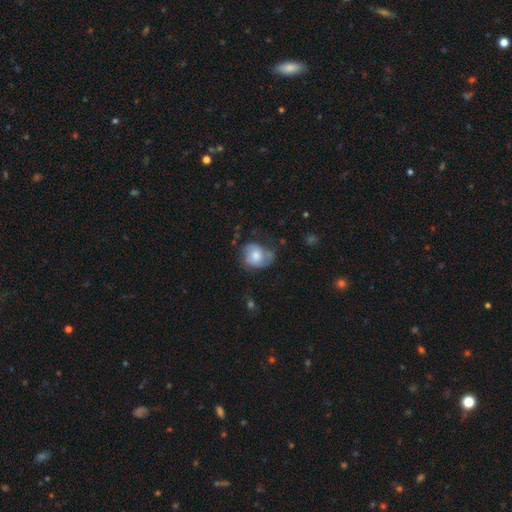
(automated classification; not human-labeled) A smooth galaxy with no disk features (57%) that is in between round and cigar-shaped (51%).

Vote fractions:
- Smooth or featured? smooth: 57% / featured or disk: 35% / star or artifact: 8%
- How rounded? in between: 51% / round: 48% / cigar-shaped: 1%
- Merging? none: 43% / minor disturbance: 33% / major disturbance: 21% / merger: 3%